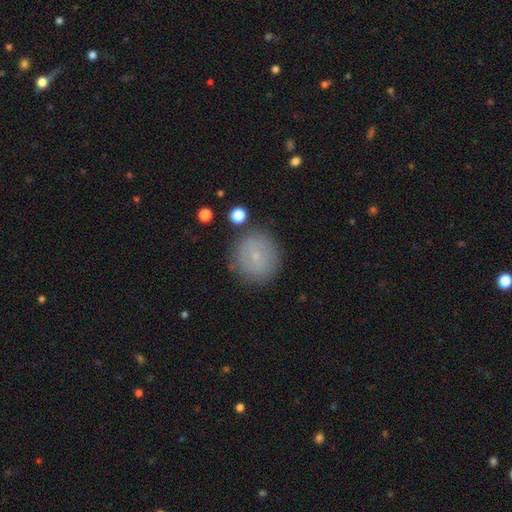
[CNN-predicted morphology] smooth_or_featured: smooth (p=0.67) [alt: featured or disk p=0.21]
how_rounded: round (p=0.90) [alt: in between p=0.08]
merging: none (p=0.84) [alt: minor disturbance p=0.10]